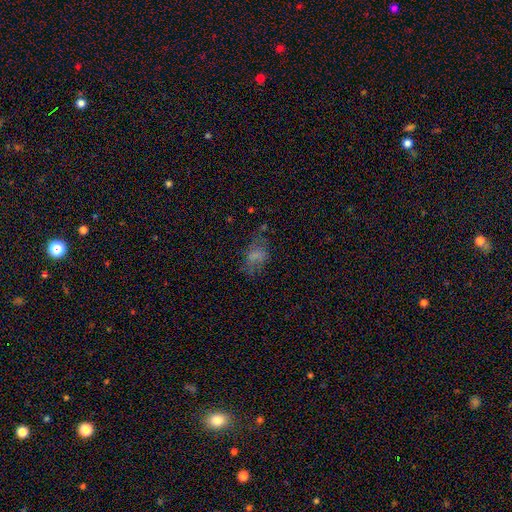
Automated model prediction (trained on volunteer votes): Smooth or featured? smooth (58%)
How rounded? in between (81%)
Merging? none (48%)